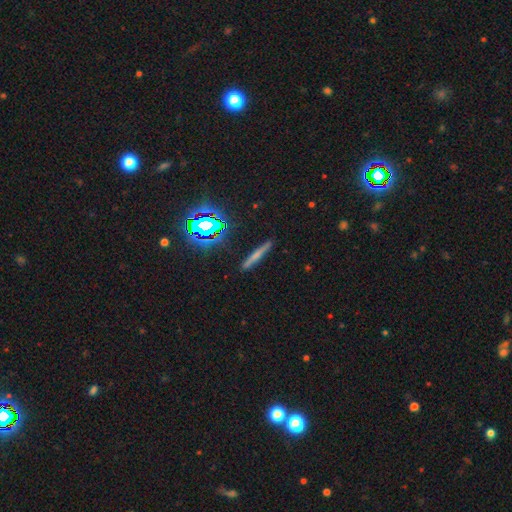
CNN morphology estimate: type=smooth (52%); roundness=cigar-shaped (90%); merging=none (88%).